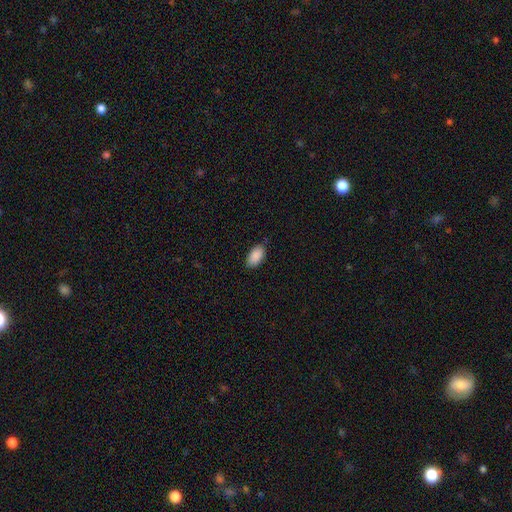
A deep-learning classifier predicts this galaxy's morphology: Smooth or featured? Predicted: smooth (p=0.89). How rounded? Predicted: in between (p=0.95). Merging? Predicted: none (p=0.83).